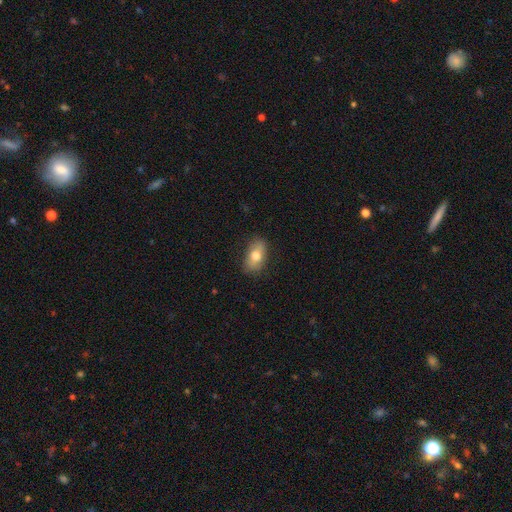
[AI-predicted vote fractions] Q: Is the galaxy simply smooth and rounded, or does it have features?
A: smooth — 73%.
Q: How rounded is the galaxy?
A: in between — 88%.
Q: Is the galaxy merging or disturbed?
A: none — 77%.